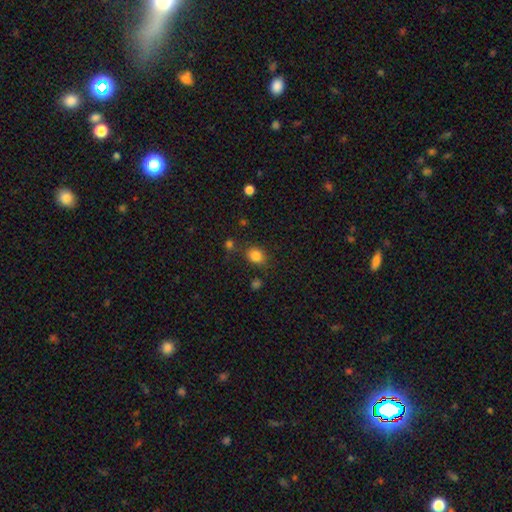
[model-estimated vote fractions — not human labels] A smooth galaxy with no disk features (84%) that is round (56%). Merging: none (74%).